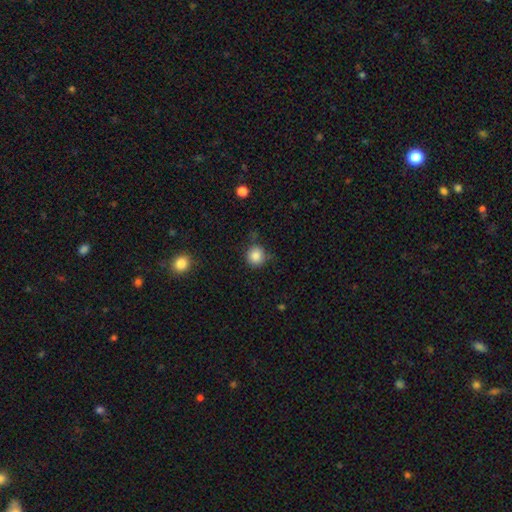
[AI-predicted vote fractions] Smooth or featured: smooth — 86% (star or artifact — 10%)
How rounded: round — 91% (in between — 8%)
Merging: none — 76% (minor disturbance — 16%)